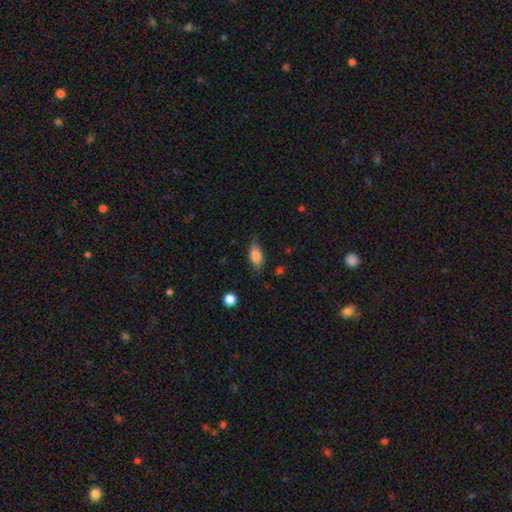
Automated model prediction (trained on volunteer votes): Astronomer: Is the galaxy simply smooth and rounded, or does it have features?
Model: smooth — 77%.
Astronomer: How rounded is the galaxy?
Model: in between — 84%.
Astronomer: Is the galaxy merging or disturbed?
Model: none — 67%.